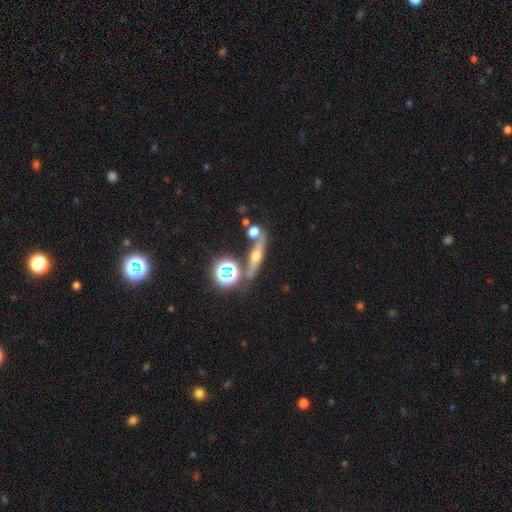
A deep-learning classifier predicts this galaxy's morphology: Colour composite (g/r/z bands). It shows a featured or disk galaxy (53%) viewed edge-on (83%). Merging: none (74%).